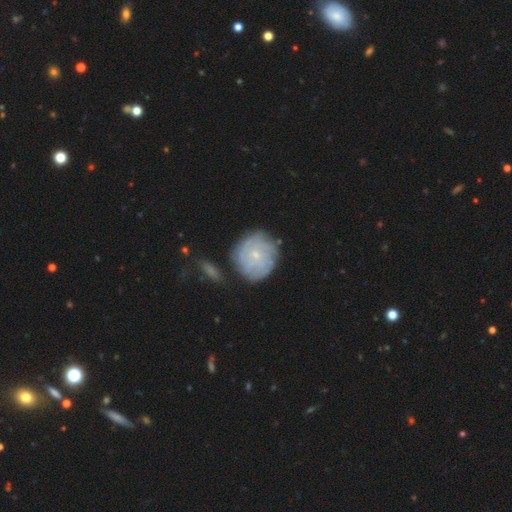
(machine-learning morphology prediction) Q: Smooth or featured?
A: featured or disk (64%); runner-up: smooth (29%)
Q: Edge-on disk?
A: no (97%); runner-up: yes (3%)
Q: Bar?
A: no (79%); runner-up: weak (17%)
Q: Spiral arms?
A: yes (82%); runner-up: no (18%)
Q: Spiral winding?
A: tight (76%); runner-up: medium (17%)
Q: Spiral arm count?
A: can't tell (51%); runner-up: 4 (15%)
Q: Bulge size?
A: small (79%); runner-up: moderate (17%)
Q: Merging?
A: none (74%); runner-up: minor disturbance (16%)